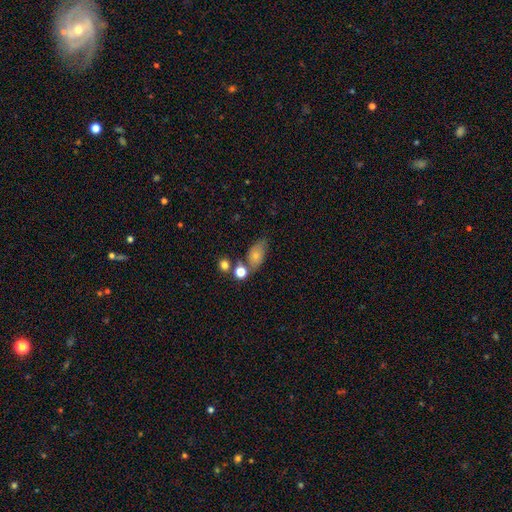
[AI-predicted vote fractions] This appears to be a smooth galaxy with no disk features (68%) that is in between round and cigar-shaped (82%). Merging: none (51%).